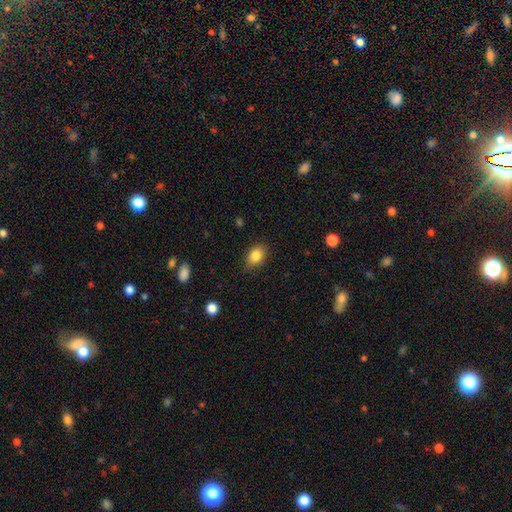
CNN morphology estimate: Smooth or featured? smooth (85%)
How rounded? in between (78%)
Merging? none (82%)